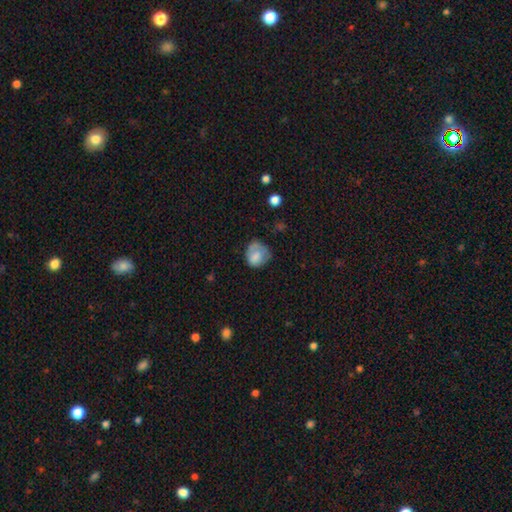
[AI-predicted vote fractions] Smooth or featured? Predicted: smooth (p=0.76). How rounded? Predicted: round (p=0.70). Merging? Predicted: none (p=0.50).